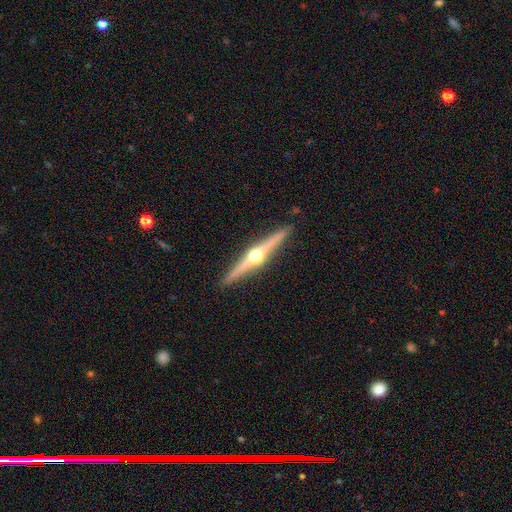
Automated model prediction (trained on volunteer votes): featured or disk 87%, smooth 9%, star or artifact 5%. Down the decision tree: edge-on disk — yes (99%); edge-on bulge — rounded (97%); merging — none (93%).